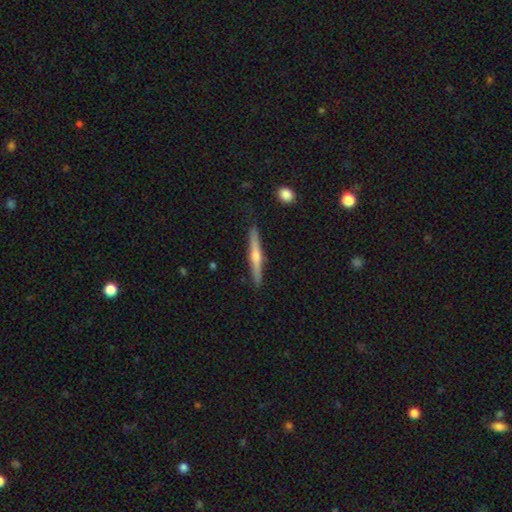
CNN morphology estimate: The model was most divided on "smooth or featured": featured or disk: 69%, smooth: 25%, star or artifact: 6%. More confident: edge-on disk — yes (98%); merging — none (90%); edge-on bulge — rounded (87%).